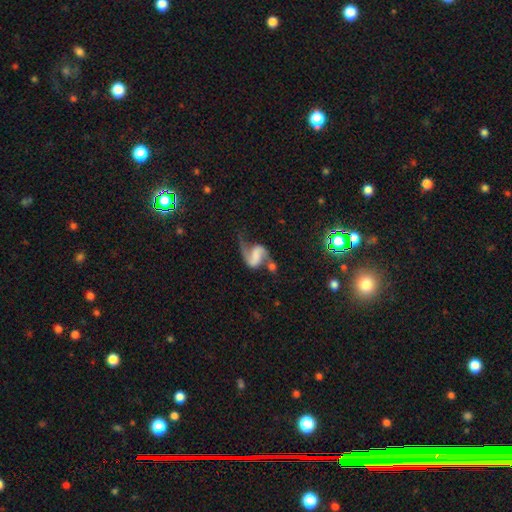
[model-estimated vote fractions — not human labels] Smooth or featured? Predicted: featured or disk (p=0.82). Edge-on disk? Predicted: no (p=0.98). Bar? Predicted: weak (p=0.36). Spiral arms? Predicted: yes (p=0.94). Spiral winding? Predicted: loose (p=0.61). Spiral arm count? Predicted: 2 (p=0.84). Bulge size? Predicted: none (p=0.57). Merging? Predicted: none (p=0.44).